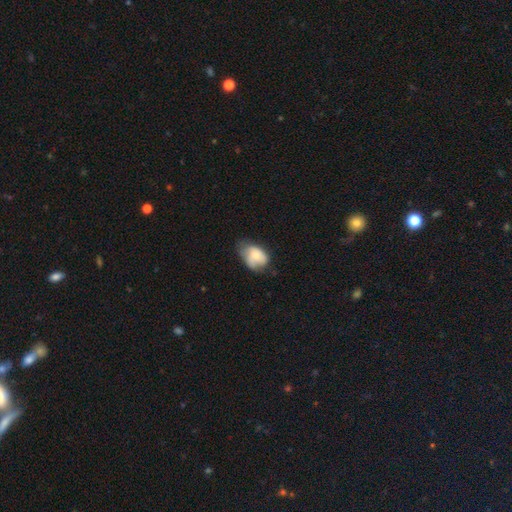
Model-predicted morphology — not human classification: Smooth or featured: smooth — 69% (featured or disk — 24%)
How rounded: in between — 77% (round — 22%)
Merging: minor disturbance — 42% (none — 40%)